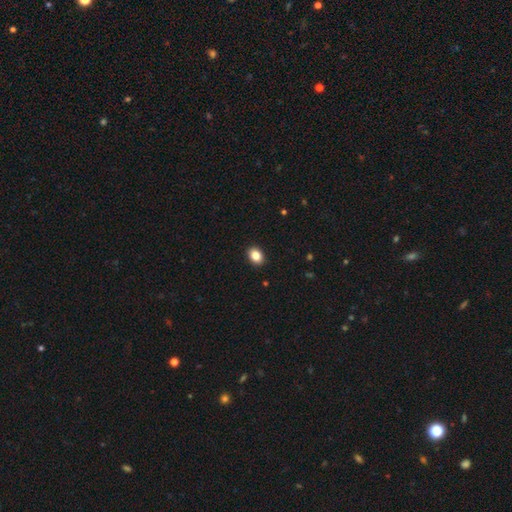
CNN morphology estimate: A smooth galaxy with no disk features (85%) that is in between round and cigar-shaped (70%).

Vote fractions:
- Smooth or featured? smooth: 85% / star or artifact: 9% / featured or disk: 6%
- How rounded? in between: 70% / round: 29% / cigar-shaped: 1%
- Merging? none: 91% / minor disturbance: 7% / major disturbance: 2% / merger: 1%